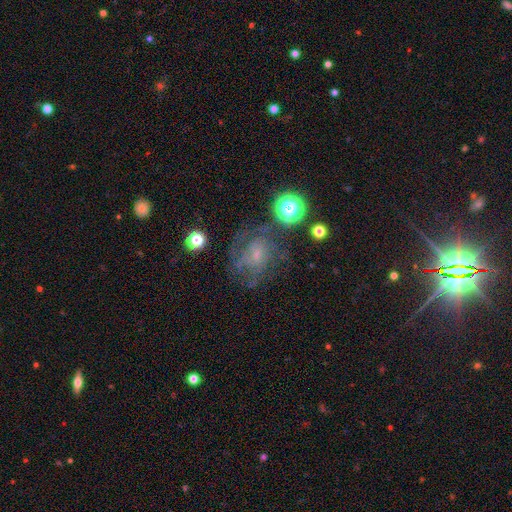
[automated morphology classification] smooth_or_featured: featured or disk (p=0.55) [alt: smooth p=0.26]
disk_edge_on: no (p=0.97) [alt: yes p=0.03]
bar: no (p=0.72) [alt: weak p=0.23]
has_spiral_arms: yes (p=0.65) [alt: no p=0.35]
bulge_size: small (p=0.64) [alt: moderate p=0.19]
merging: none (p=0.56) [alt: major disturbance p=0.21]